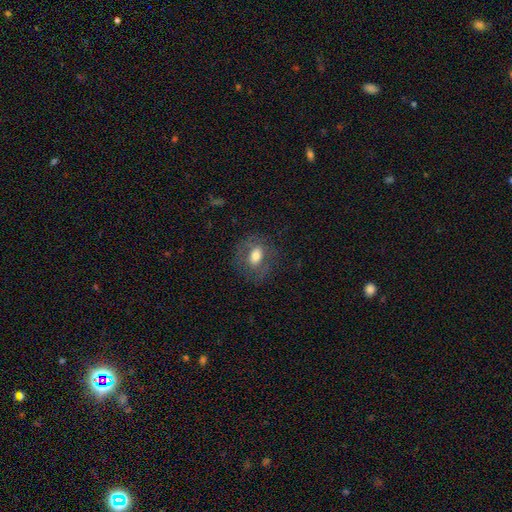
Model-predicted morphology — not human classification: This is likely a smooth galaxy (60%). How rounded: likely in between (67%). Merging: likely none (72%).